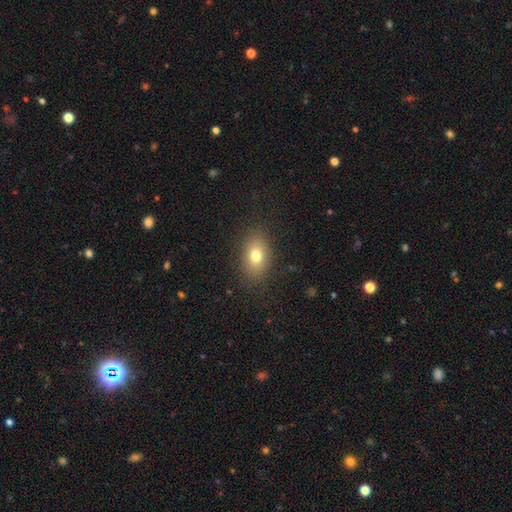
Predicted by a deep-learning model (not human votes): Morphology: type=smooth (75%); roundness=in between (78%); merging=none (85%).